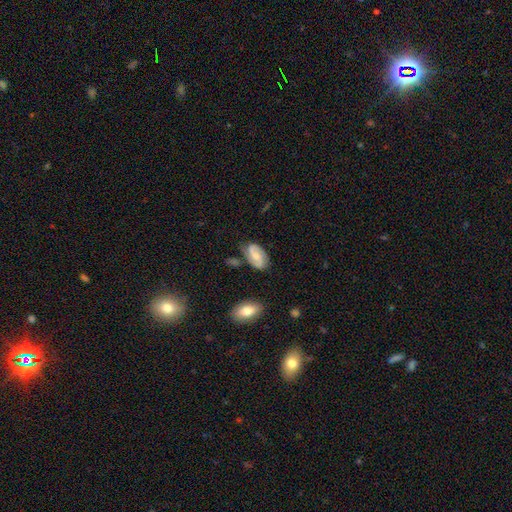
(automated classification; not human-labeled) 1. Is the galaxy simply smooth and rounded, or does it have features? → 66% featured or disk, 28% smooth, 6% star or artifact.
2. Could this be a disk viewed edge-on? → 96% no, 4% yes.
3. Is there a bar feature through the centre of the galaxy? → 44% weak, 39% no, 16% strong.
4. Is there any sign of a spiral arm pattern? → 92% yes, 8% no.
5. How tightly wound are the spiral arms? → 45% medium, 29% tight, 26% loose.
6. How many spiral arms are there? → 88% 2, 7% can't tell, 2% 1, 1% 3, 1% 4, 1% more than 4.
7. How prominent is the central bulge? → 45% moderate, 42% small, 8% none, 4% large, 1% dominant.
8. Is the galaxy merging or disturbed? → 72% none, 19% minor disturbance, 5% major disturbance, 4% merger.